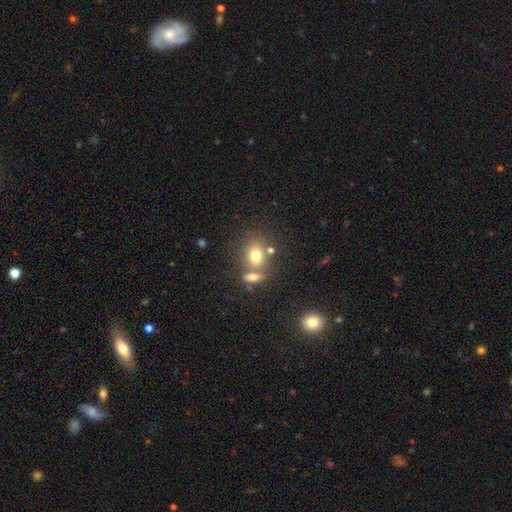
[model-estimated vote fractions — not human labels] This appears to be a smooth galaxy with no disk features (75%) that is in between round and cigar-shaped (53%). Merging: none (50%).